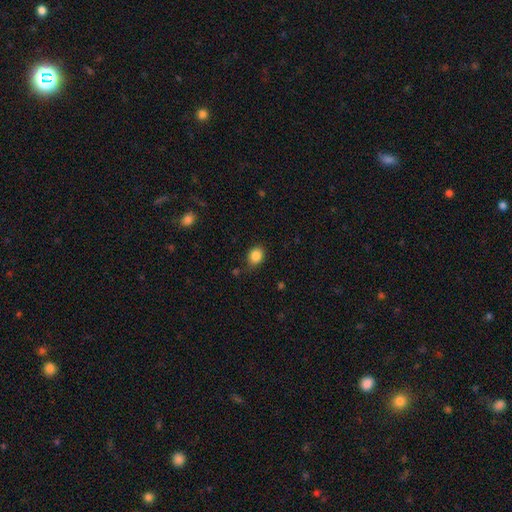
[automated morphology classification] Smooth or featured? Predicted: smooth (p=0.86). How rounded? Predicted: in between (p=0.57). Merging? Predicted: none (p=0.77).